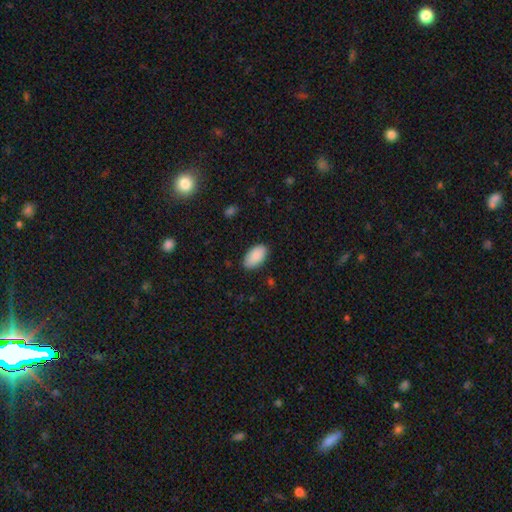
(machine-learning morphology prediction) This appears to be a smooth galaxy with no disk features (89%) that is in between round and cigar-shaped (95%). Merging: none (85%).